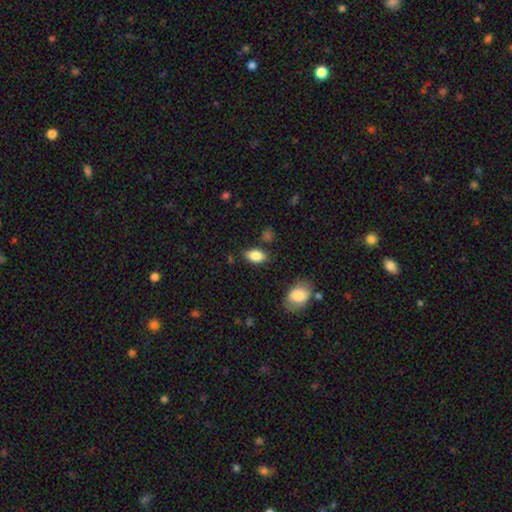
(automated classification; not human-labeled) Smooth or featured? Predicted: smooth (p=0.85). How rounded? Predicted: in between (p=0.91). Merging? Predicted: none (p=0.81).